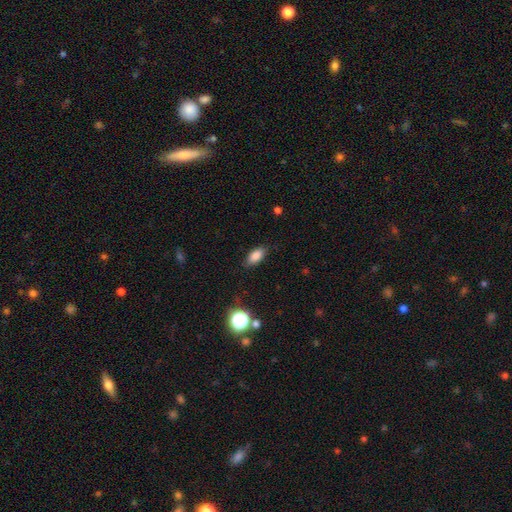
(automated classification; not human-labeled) Smooth or featured? smooth (84%)
How rounded? in between (87%)
Merging? none (84%)